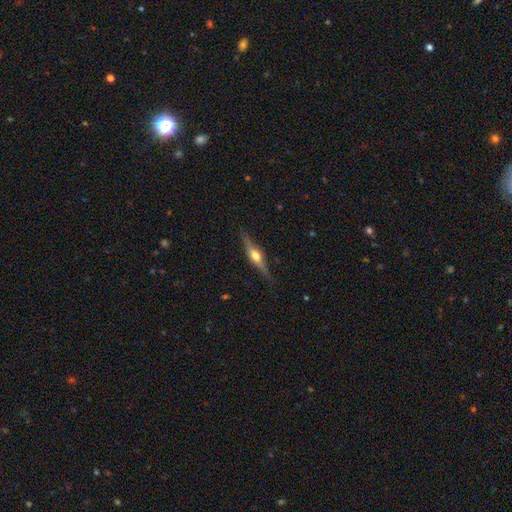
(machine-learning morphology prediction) Smooth or featured? featured or disk (74%)
Edge-on disk? yes (97%)
Edge-on bulge? rounded (92%)
Merging? none (87%)